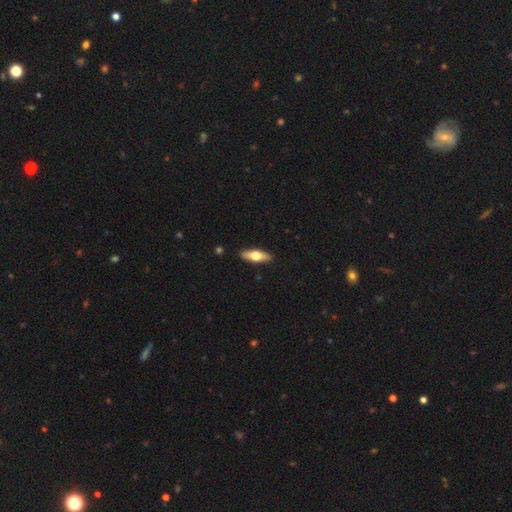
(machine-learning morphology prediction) Smooth or featured? smooth (57%)
How rounded? in between (56%)
Merging? none (90%)